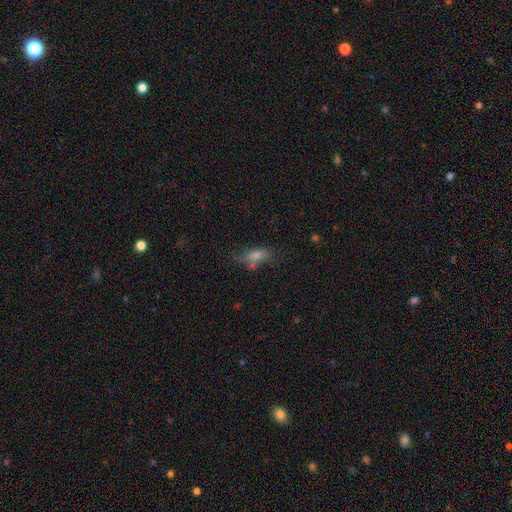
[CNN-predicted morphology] Q: Smooth or featured?
A: smooth (58%); runner-up: featured or disk (23%)
Q: How rounded?
A: in between (69%); runner-up: cigar-shaped (23%)
Q: Merging?
A: none (56%); runner-up: minor disturbance (24%)